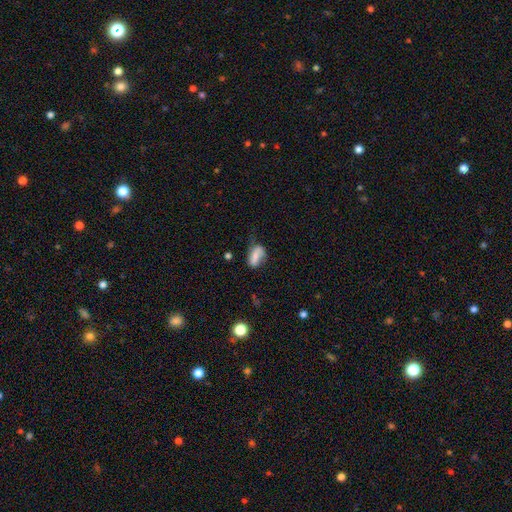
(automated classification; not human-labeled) Q: Smooth or featured?
A: smooth (69%); runner-up: featured or disk (22%)
Q: How rounded?
A: in between (86%); runner-up: round (8%)
Q: Merging?
A: none (42%); runner-up: minor disturbance (35%)